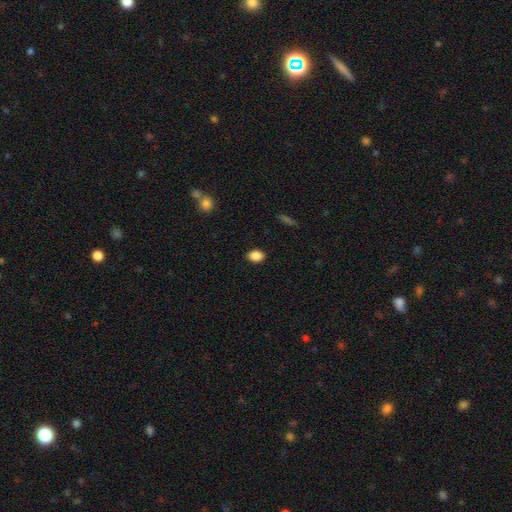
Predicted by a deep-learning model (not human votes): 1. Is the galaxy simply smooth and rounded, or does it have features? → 88% smooth, 8% star or artifact, 4% featured or disk.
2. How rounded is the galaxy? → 75% in between, 24% round, 1% cigar-shaped.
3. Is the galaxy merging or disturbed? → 88% none, 9% minor disturbance, 2% major disturbance, 1% merger.